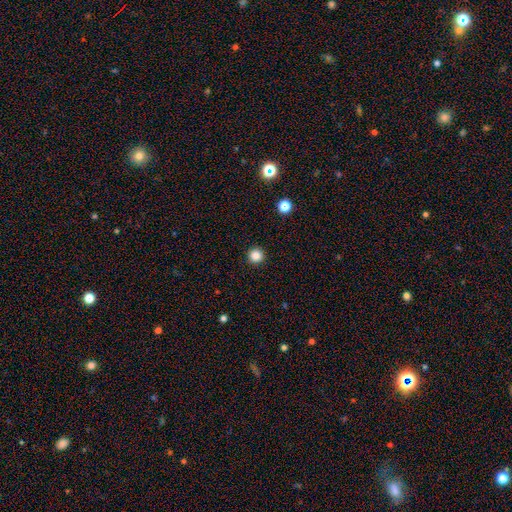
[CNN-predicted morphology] This is clearly a smooth galaxy (86%). How rounded: clearly round (96%). Merging: clearly none (93%).